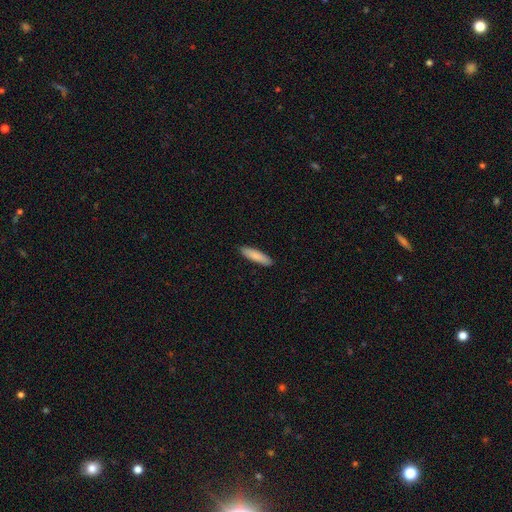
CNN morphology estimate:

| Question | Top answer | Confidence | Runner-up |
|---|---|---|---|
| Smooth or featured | smooth | 85% | featured or disk (10%) |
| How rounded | cigar-shaped | 78% | in between (21%) |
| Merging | none | 91% | minor disturbance (7%) |